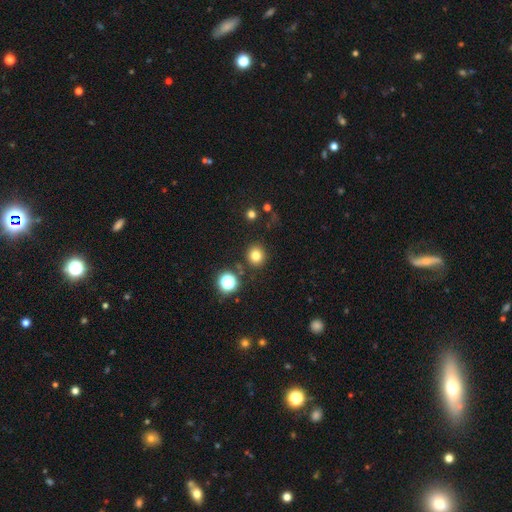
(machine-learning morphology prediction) Overall: smooth (78%). How rounded: round (90%). Merging: none (88%).